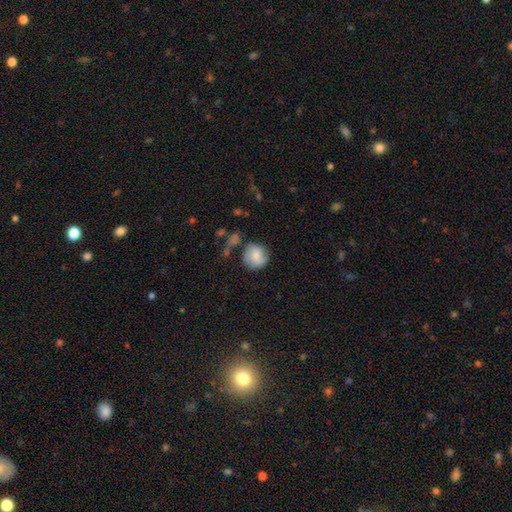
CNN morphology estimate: The model was most divided on "merging": none: 59%, minor disturbance: 23%, major disturbance: 10%, merger: 8%. More confident: how rounded — round (86%); smooth or featured — smooth (69%).